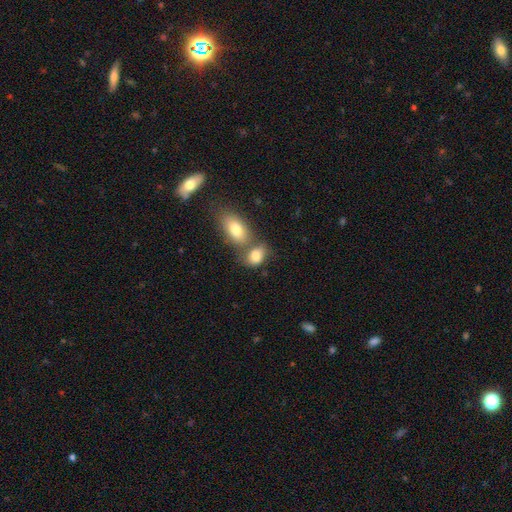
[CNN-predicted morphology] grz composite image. It shows a smooth galaxy with no disk features (81%) that is in between round and cigar-shaped (80%). Merging: merger (47%).